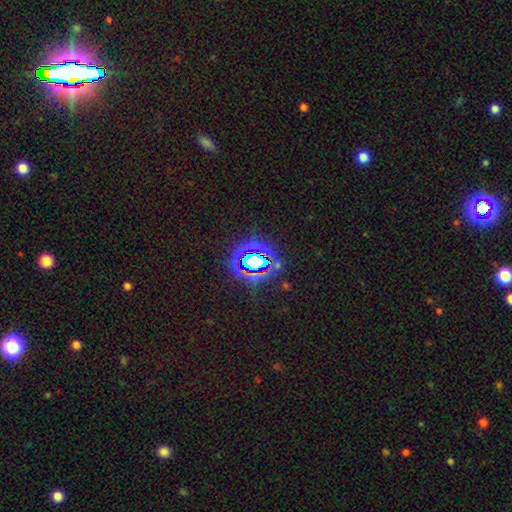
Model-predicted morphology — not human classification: A star or artifact, not a galaxy (70%).

Vote fractions:
- Smooth or featured? star or artifact: 70% / smooth: 18% / featured or disk: 12%